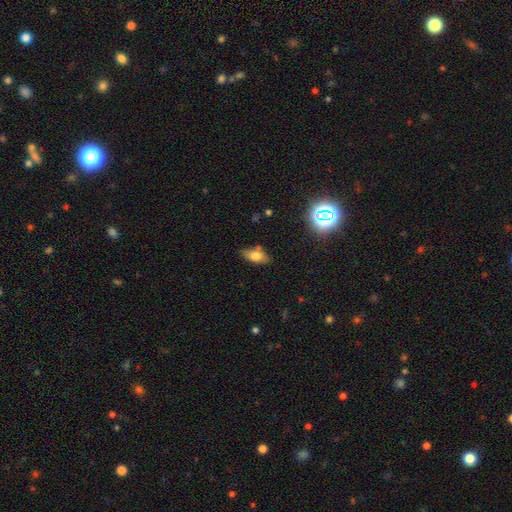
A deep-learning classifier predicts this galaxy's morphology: Smooth or featured? Predicted: smooth (p=0.69). How rounded? Predicted: in between (p=0.82). Merging? Predicted: none (p=0.76).